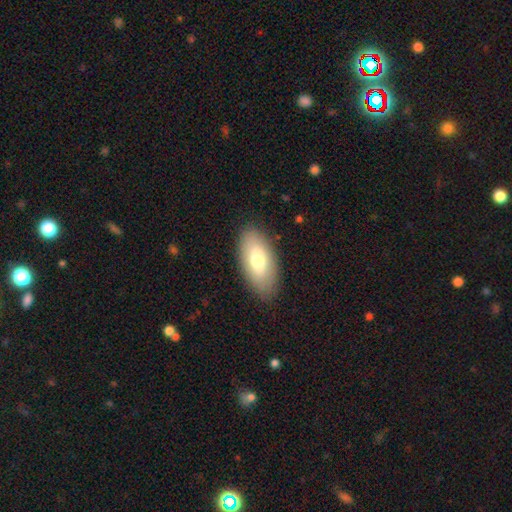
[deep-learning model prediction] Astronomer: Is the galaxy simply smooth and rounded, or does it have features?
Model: smooth — 69%.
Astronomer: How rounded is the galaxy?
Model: in between — 91%.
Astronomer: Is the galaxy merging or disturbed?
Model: none — 88%.